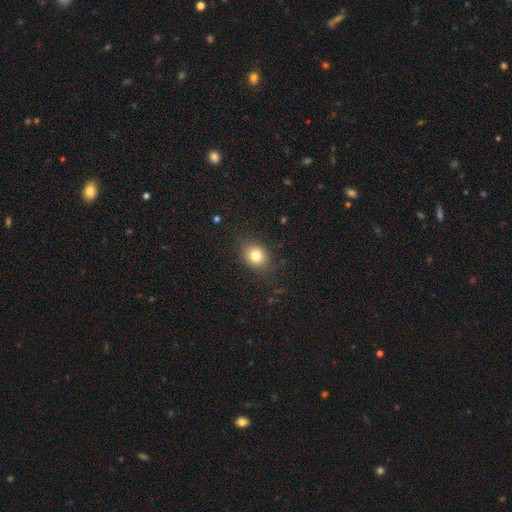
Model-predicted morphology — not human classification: Q: Smooth or featured?
A: smooth (80%); runner-up: star or artifact (11%)
Q: How rounded?
A: round (56%); runner-up: in between (43%)
Q: Merging?
A: none (85%); runner-up: minor disturbance (11%)